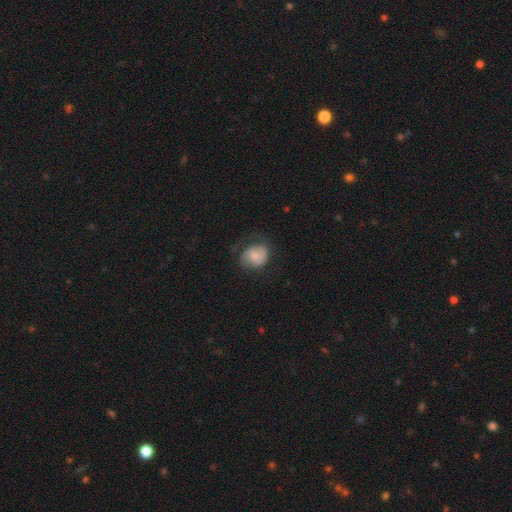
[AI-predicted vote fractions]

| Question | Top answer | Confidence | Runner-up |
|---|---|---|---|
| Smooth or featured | smooth | 49% | featured or disk (43%) |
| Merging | none | 51% | minor disturbance (25%) |